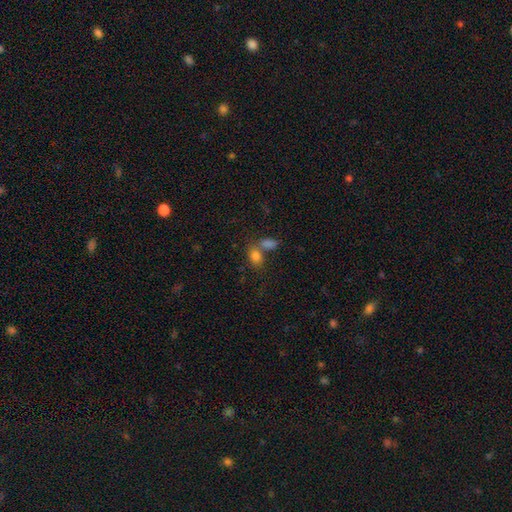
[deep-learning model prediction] This is clearly a smooth galaxy (81%). How rounded: likely in between (78%). Merging: marginally merger (43%).